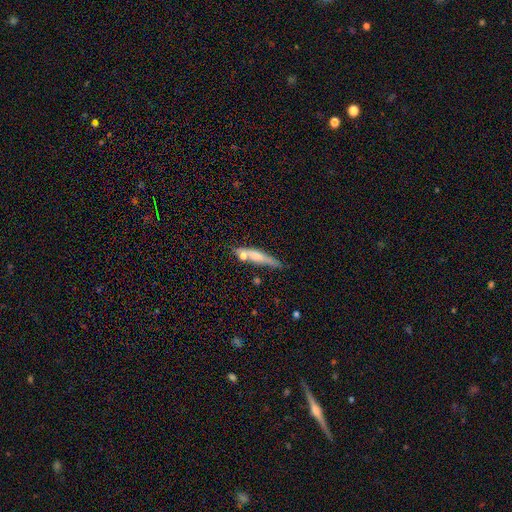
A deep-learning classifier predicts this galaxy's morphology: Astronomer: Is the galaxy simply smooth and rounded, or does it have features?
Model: smooth — 59%.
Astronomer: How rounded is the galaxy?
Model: cigar-shaped — 85%.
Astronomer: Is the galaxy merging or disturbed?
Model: none — 59%.